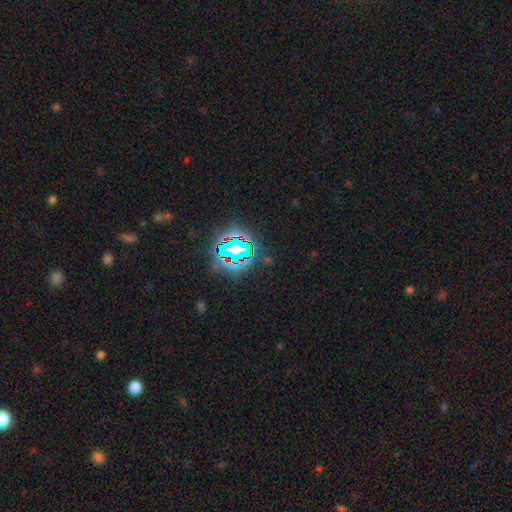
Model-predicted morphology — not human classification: smooth-or-featured: star or artifact: 79% | smooth: 12% | featured or disk: 8%